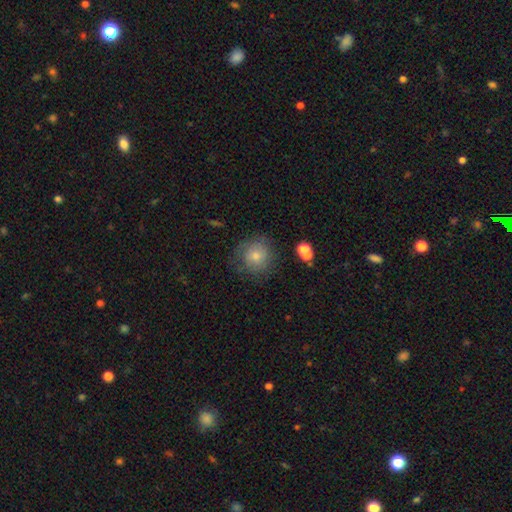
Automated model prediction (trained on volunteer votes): Smooth or featured?
  - smooth: 64% *
  - featured or disk: 23%
  - star or artifact: 13%
How rounded?
  - round: 91% *
  - in between: 8%
  - cigar-shaped: 1%
Merging?
  - none: 72% *
  - minor disturbance: 18%
  - major disturbance: 8%
  - merger: 2%